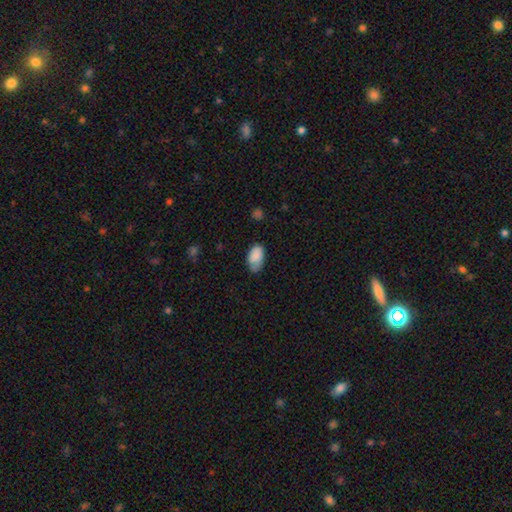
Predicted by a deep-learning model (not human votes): smooth 84%, featured or disk 9%, star or artifact 7%. Down the decision tree: how rounded — in between (93%); merging — none (59%).